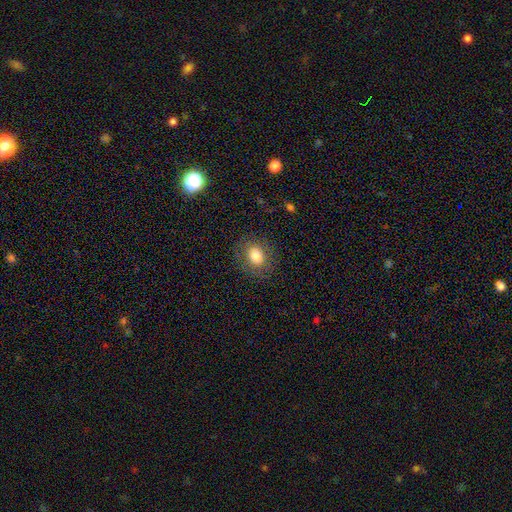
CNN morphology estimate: This appears to be a smooth galaxy with no disk features (79%) that is round (51%). Merging: none (84%).